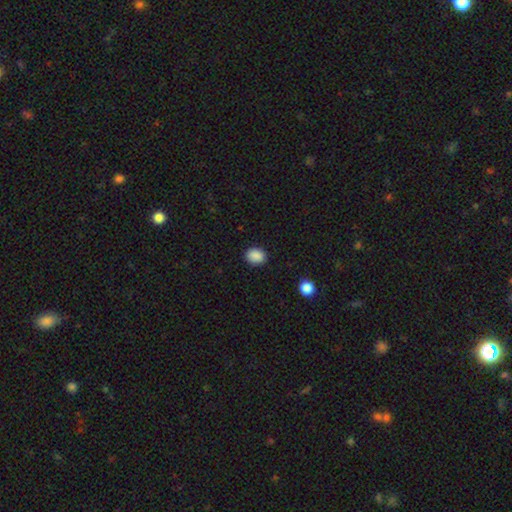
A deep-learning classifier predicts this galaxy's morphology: A smooth galaxy with no disk features (89%) that is in between round and cigar-shaped (54%). Merging: none (89%).